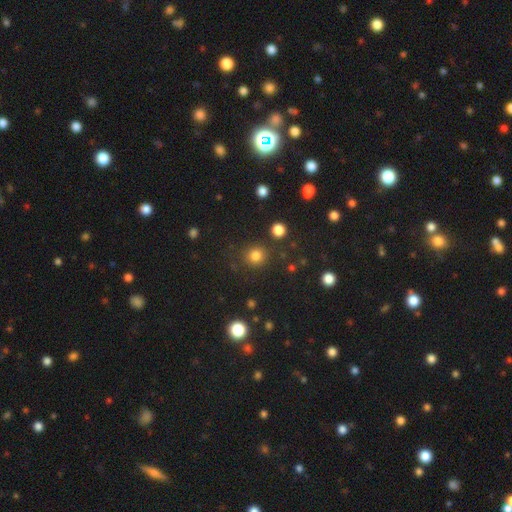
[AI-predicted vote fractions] A smooth galaxy with no disk features (81%) that is round (90%).

Vote fractions:
- Smooth or featured? smooth: 81% / star or artifact: 14% / featured or disk: 5%
- How rounded? round: 90% / in between: 9% / cigar-shaped: 1%
- Merging? none: 85% / minor disturbance: 8% / major disturbance: 3% / merger: 3%